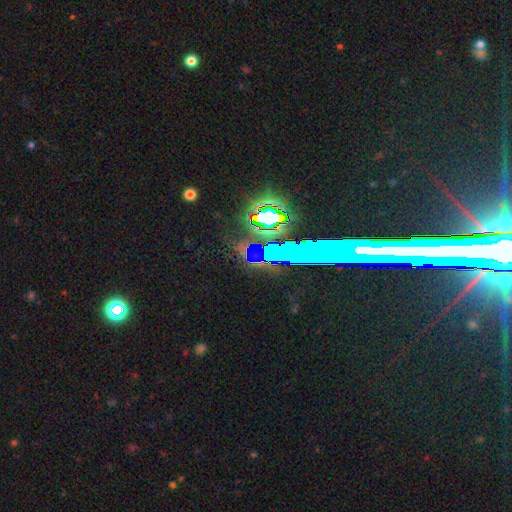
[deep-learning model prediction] Smooth or featured? star or artifact (68%)